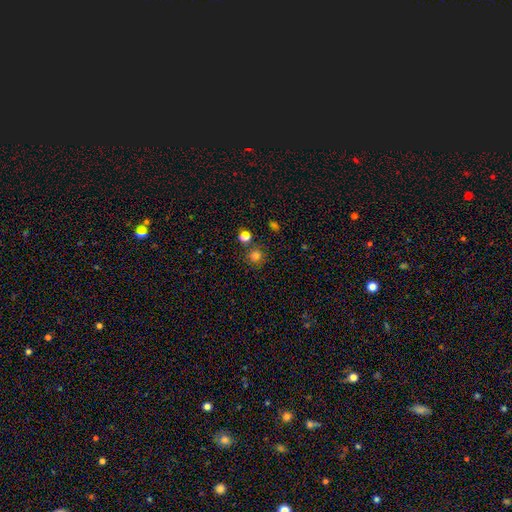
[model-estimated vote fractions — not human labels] The model was most divided on "smooth or featured": smooth: 78%, star or artifact: 17%, featured or disk: 5%. More confident: how rounded — round (91%); merging — none (81%).